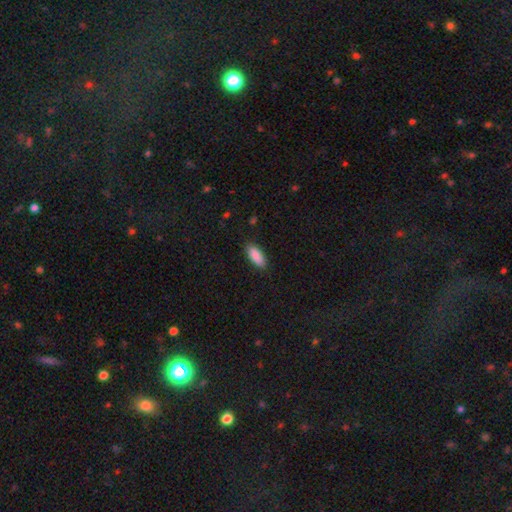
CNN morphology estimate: smooth 90%, star or artifact 6%, featured or disk 4%. Down the decision tree: how rounded — in between (82%); merging — none (87%).